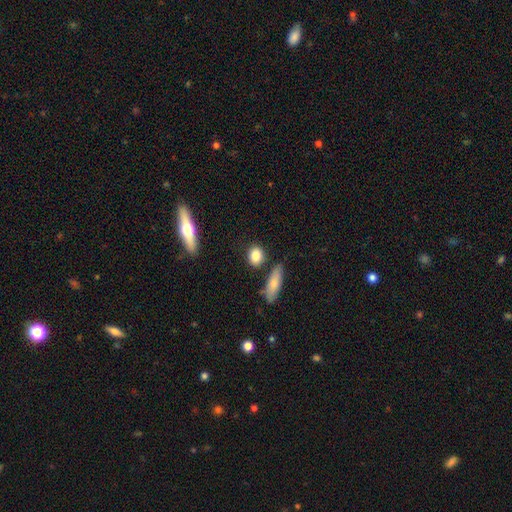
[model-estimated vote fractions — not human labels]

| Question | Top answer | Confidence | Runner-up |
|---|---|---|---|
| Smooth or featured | smooth | 84% | featured or disk (8%) |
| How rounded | round | 56% | in between (39%) |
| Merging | none | 79% | minor disturbance (11%) |